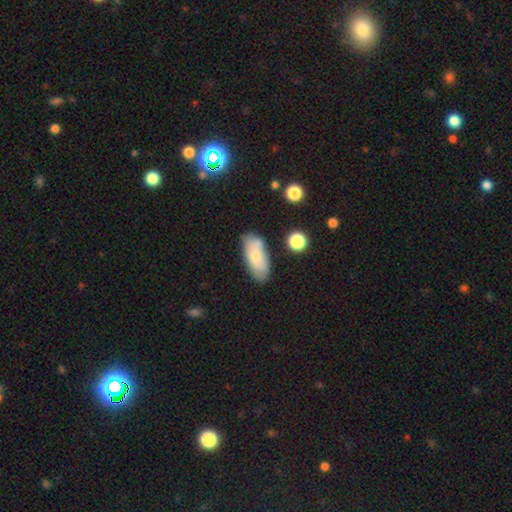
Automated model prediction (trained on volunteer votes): Smooth or featured? Predicted: smooth (p=0.71). How rounded? Predicted: in between (p=0.87). Merging? Predicted: none (p=0.67).